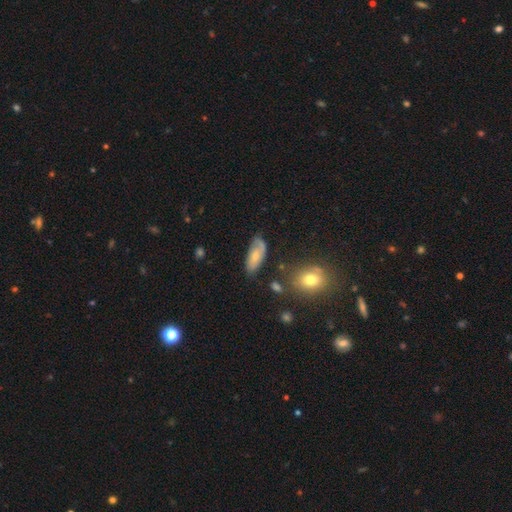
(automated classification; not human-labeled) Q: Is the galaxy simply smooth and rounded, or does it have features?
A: smooth — 57%.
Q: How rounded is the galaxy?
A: in between — 86%.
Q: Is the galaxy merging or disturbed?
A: none — 55%.